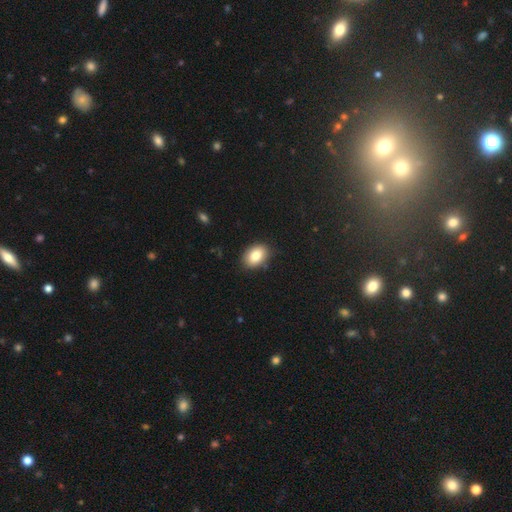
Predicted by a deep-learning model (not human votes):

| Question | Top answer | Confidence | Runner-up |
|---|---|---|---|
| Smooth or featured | smooth | 82% | featured or disk (9%) |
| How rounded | in between | 82% | round (17%) |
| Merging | none | 85% | minor disturbance (11%) |